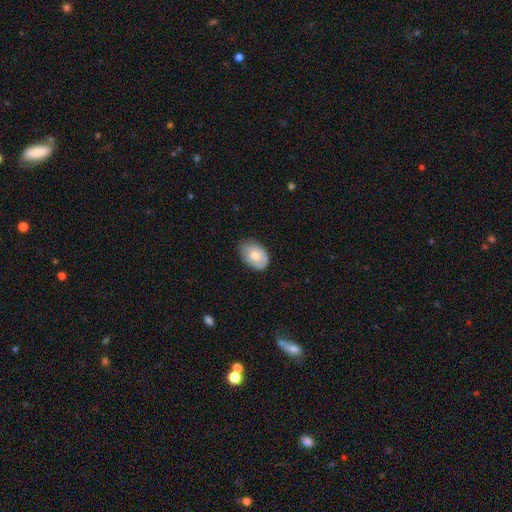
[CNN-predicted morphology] smooth 75%, featured or disk 19%, star or artifact 7%. Down the decision tree: how rounded — in between (85%); merging — none (73%).